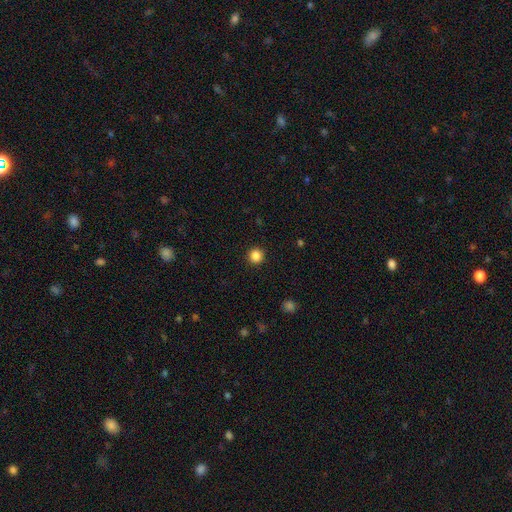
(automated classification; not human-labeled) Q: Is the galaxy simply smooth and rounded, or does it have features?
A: smooth — 85%.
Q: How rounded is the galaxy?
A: round — 94%.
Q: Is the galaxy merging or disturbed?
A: none — 93%.